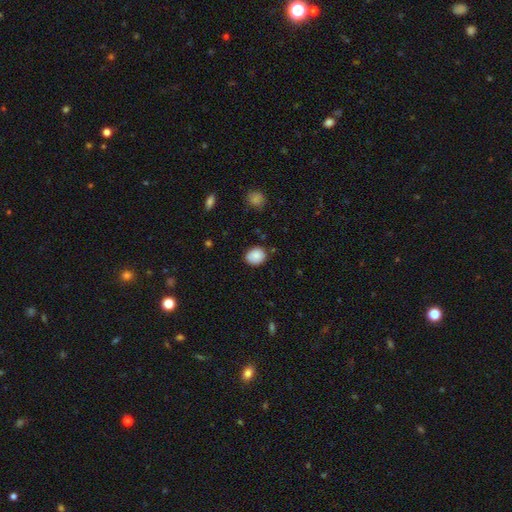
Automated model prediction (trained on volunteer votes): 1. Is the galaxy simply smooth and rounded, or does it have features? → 87% smooth, 8% star or artifact, 5% featured or disk.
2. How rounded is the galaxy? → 60% round, 39% in between, 1% cigar-shaped.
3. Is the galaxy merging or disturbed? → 81% none, 14% minor disturbance, 3% major disturbance, 2% merger.